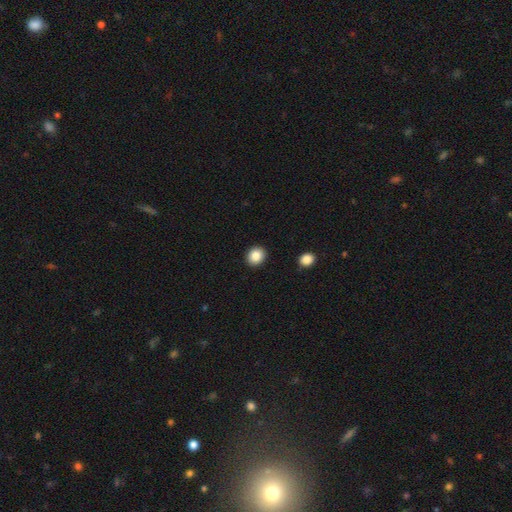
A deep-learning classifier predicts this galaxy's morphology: Smooth or featured? smooth (86%)
How rounded? round (69%)
Merging? none (91%)